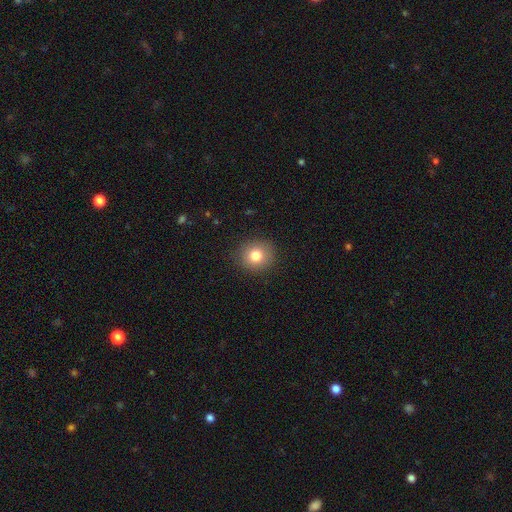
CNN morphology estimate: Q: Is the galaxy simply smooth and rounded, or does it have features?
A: smooth — 80%.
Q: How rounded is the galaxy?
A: round — 83%.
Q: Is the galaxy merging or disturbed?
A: none — 89%.